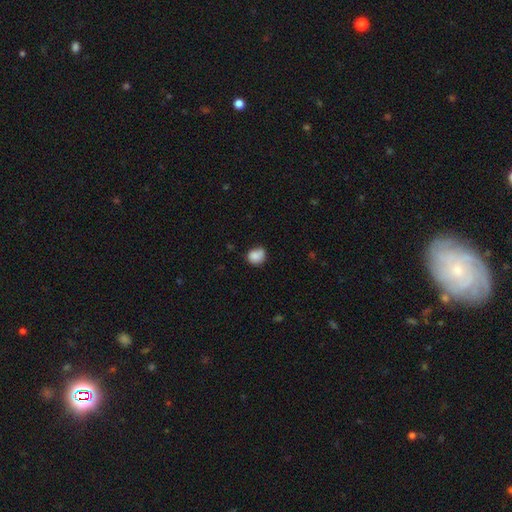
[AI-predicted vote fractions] This is clearly a smooth galaxy (83%). How rounded: likely round (67%). Merging: possibly none (54%).